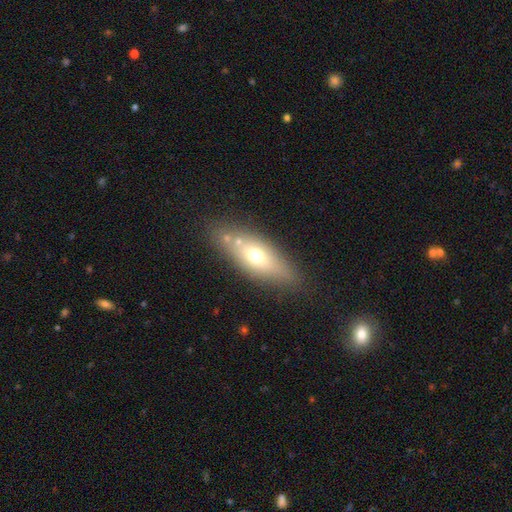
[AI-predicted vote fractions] smooth 59%, featured or disk 31%, star or artifact 9%. Down the decision tree: how rounded — in between (65%); merging — none (73%).